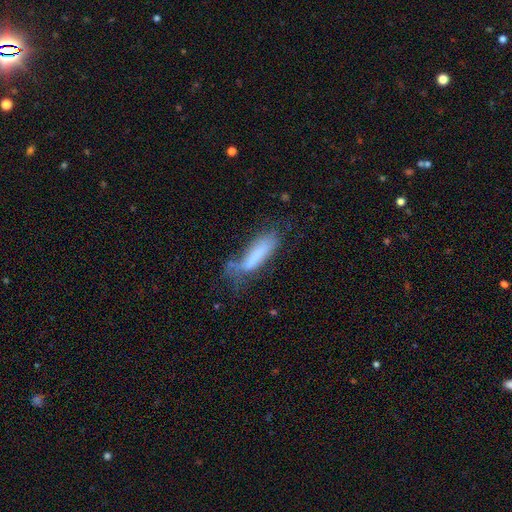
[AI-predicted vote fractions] A smooth galaxy with no disk features (67%) that is cigar-shaped (70%). Merging: none (41%).